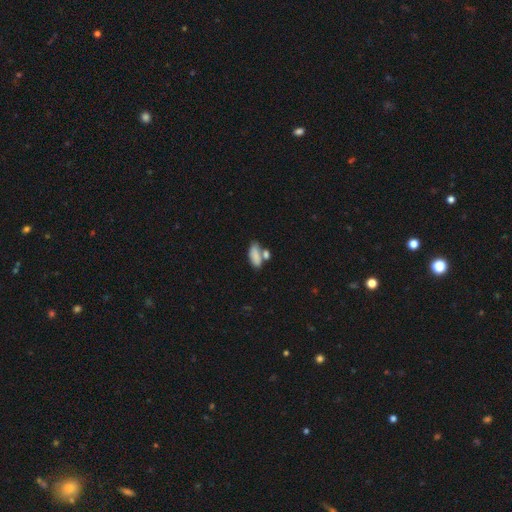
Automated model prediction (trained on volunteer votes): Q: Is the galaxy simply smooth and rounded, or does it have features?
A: smooth — 81%.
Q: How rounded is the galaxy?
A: in between — 80%.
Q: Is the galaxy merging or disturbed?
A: none — 42%.